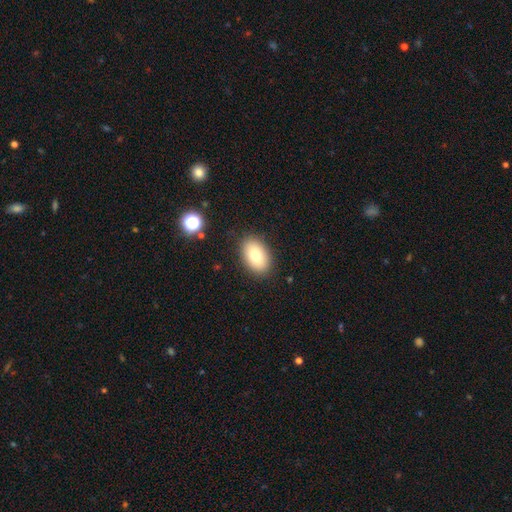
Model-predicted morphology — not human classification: smooth 78%, featured or disk 13%, star or artifact 9%. Down the decision tree: how rounded — in between (88%); merging — none (88%).